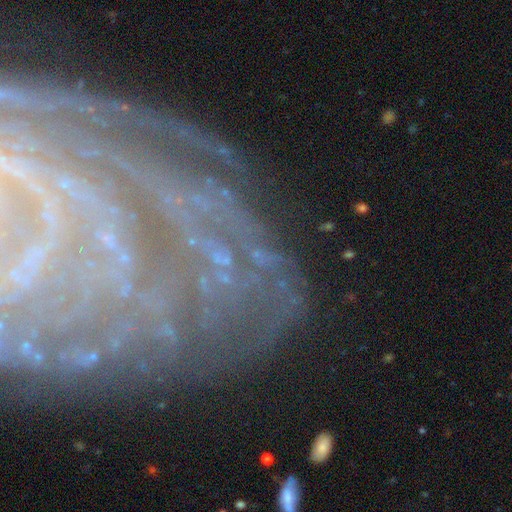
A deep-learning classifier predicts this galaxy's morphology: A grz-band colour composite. It shows a featured or disk galaxy (70%) with no bar (44%), tight (74%) spiral arms (83%) and a small central bulge (49%). Merging: none (73%).